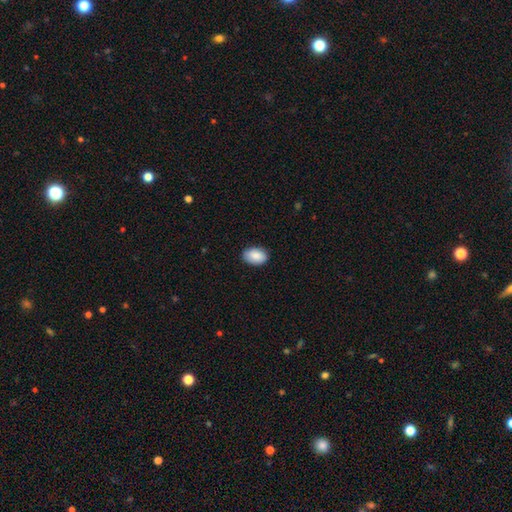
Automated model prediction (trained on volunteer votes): Smooth or featured: smooth — 88% (star or artifact — 7%)
How rounded: in between — 88% (round — 11%)
Merging: none — 87% (minor disturbance — 10%)